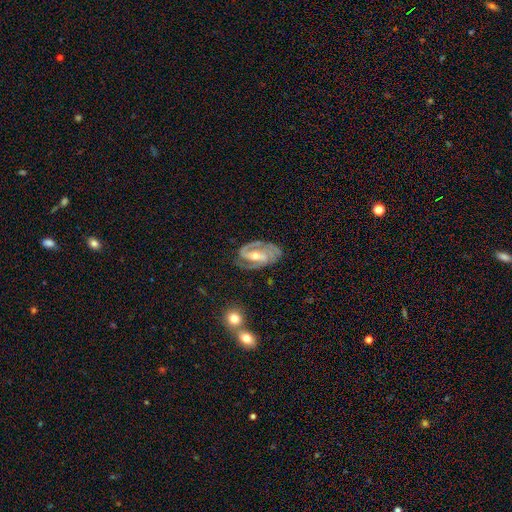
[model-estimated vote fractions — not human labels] Smooth or featured: featured or disk — 89% (smooth — 6%)
Edge-on disk: no — 97% (yes — 3%)
Bar: strong — 39% (weak — 38%)
Spiral arms: yes — 97% (no — 3%)
Spiral winding: medium — 46% (tight — 44%)
Spiral arm count: 2 — 79% (3 — 9%)
Bulge size: moderate — 56% (small — 40%)
Merging: none — 71% (minor disturbance — 19%)